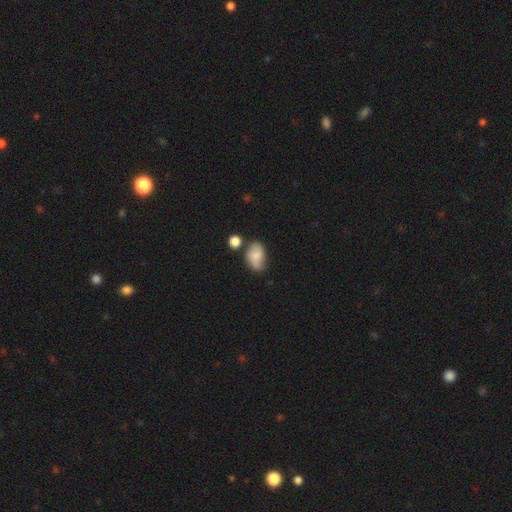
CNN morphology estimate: smooth-or-featured: smooth: 69% | featured or disk: 22% | star or artifact: 9%
  how-rounded: in between: 84% | round: 15% | cigar-shaped: 2%
  merging: none: 55% | minor disturbance: 26% | merger: 12% | major disturbance: 7%